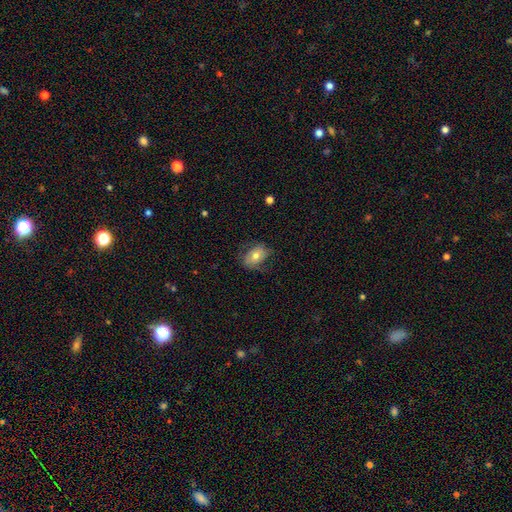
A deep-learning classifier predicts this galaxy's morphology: A smooth galaxy with no disk features (65%) that is in between round and cigar-shaped (83%). Merging: none (65%).